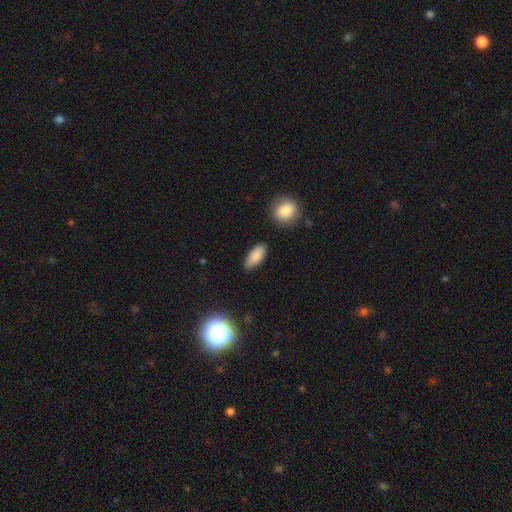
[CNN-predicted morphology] smooth 86%, star or artifact 8%, featured or disk 6%. Down the decision tree: how rounded — in between (87%); merging — none (81%).